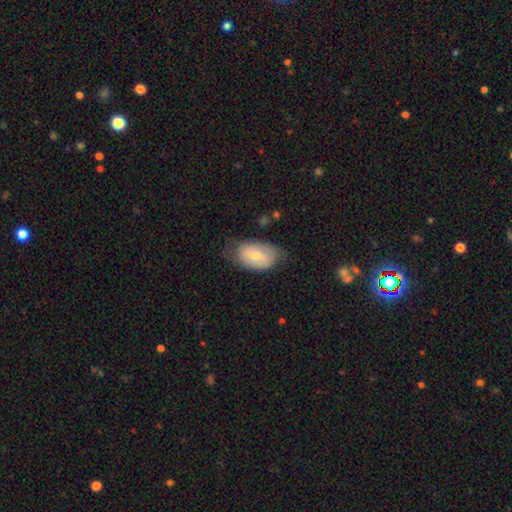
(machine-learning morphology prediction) smooth-or-featured: smooth: 54% | featured or disk: 39% | star or artifact: 6%
  how-rounded: in between: 91% | round: 7% | cigar-shaped: 2%
  merging: none: 63% | minor disturbance: 28% | major disturbance: 8% | merger: 1%